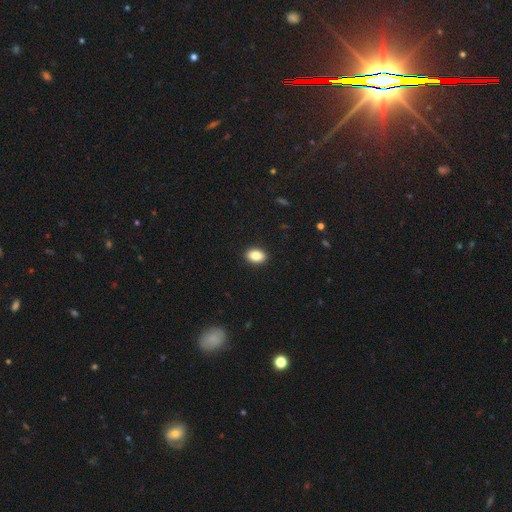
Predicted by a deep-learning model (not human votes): A smooth galaxy with no disk features (85%) that is in between round and cigar-shaped (80%). Merging: none (91%).